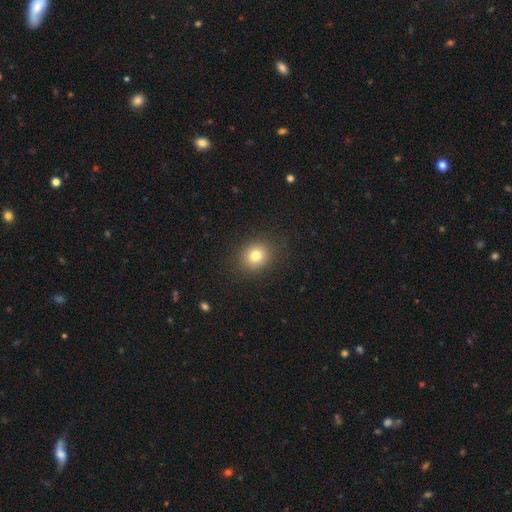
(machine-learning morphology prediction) smooth-or-featured: smooth: 78% | star or artifact: 13% | featured or disk: 9%
  how-rounded: round: 73% | in between: 26% | cigar-shaped: 1%
  merging: none: 88% | minor disturbance: 8% | major disturbance: 3% | merger: 1%